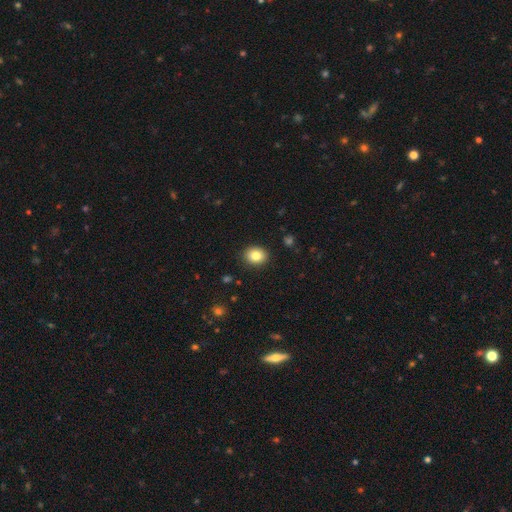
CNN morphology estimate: This is clearly a smooth galaxy (83%). How rounded: likely round (61%). Merging: clearly none (90%).